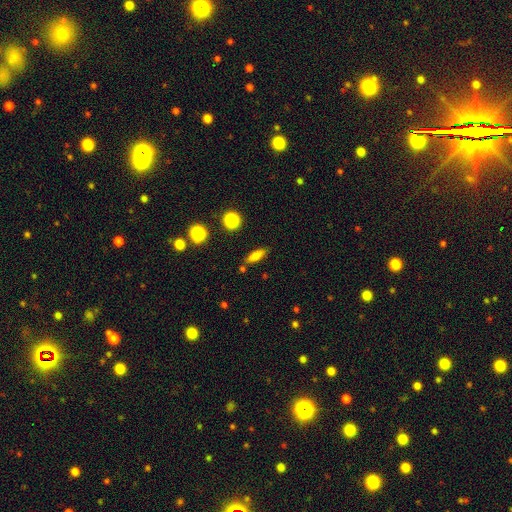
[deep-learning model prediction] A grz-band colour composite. It shows a smooth galaxy with no disk features (73%) that is in between round and cigar-shaped (53%). Merging: none (79%).